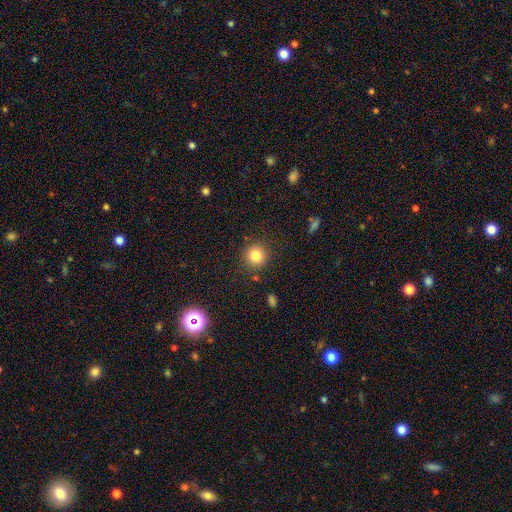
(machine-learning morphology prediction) Overall: smooth (83%). How rounded: round (93%). Merging: none (87%).